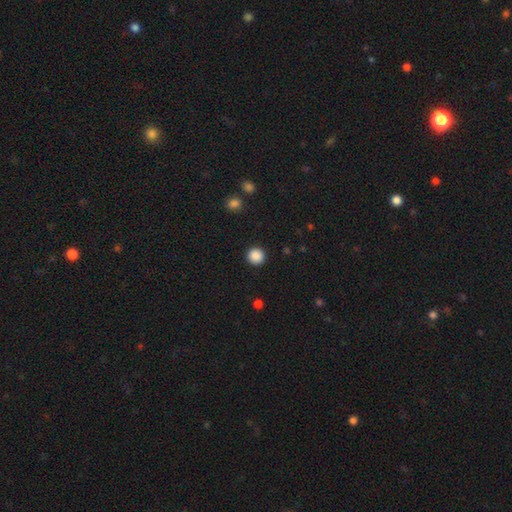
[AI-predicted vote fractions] A smooth galaxy with no disk features (88%) that is round (95%).

Vote fractions:
- Smooth or featured? smooth: 88% / star or artifact: 9% / featured or disk: 3%
- How rounded? round: 95% / in between: 4% / cigar-shaped: 1%
- Merging? none: 93% / minor disturbance: 4% / major disturbance: 2% / merger: 1%